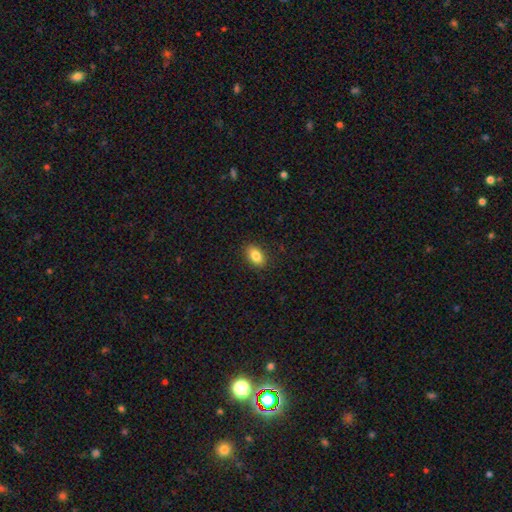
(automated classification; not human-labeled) A smooth galaxy with no disk features (85%) that is in between round and cigar-shaped (88%).

Vote fractions:
- Smooth or featured? smooth: 85% / star or artifact: 8% / featured or disk: 7%
- How rounded? in between: 88% / round: 10% / cigar-shaped: 2%
- Merging? none: 89% / minor disturbance: 8% / major disturbance: 2% / merger: 1%